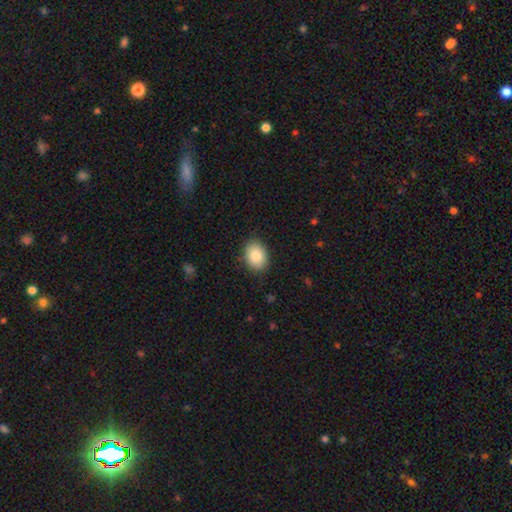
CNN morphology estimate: A smooth galaxy with no disk features (85%) that is in between round and cigar-shaped (70%).

Vote fractions:
- Smooth or featured? smooth: 85% / featured or disk: 8% / star or artifact: 8%
- How rounded? in between: 70% / round: 29% / cigar-shaped: 1%
- Merging? none: 86% / minor disturbance: 10% / major disturbance: 2% / merger: 1%